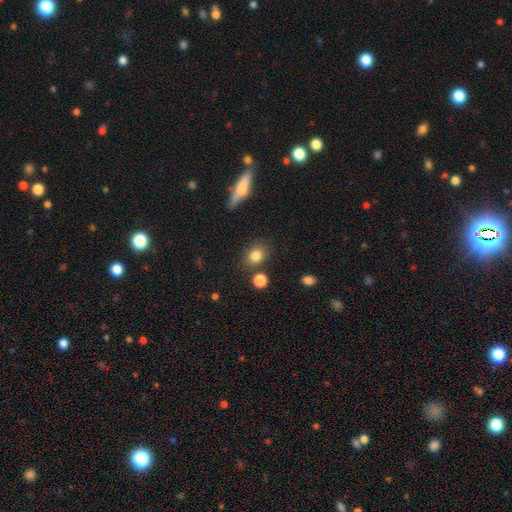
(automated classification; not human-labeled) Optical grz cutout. It shows a smooth galaxy with no disk features (82%) that is round (54%). Merging: none (77%).